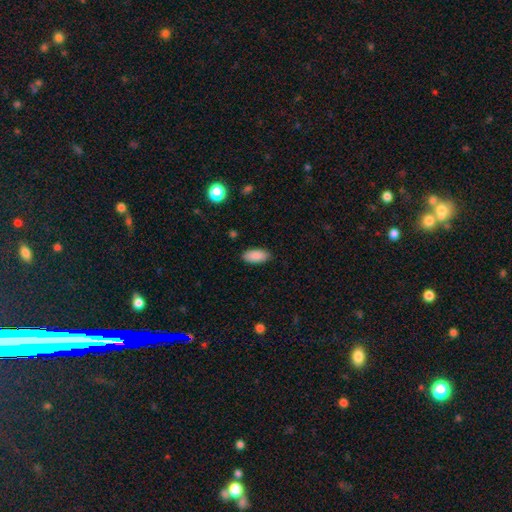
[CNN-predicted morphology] This is clearly a smooth galaxy (90%). How rounded: clearly in between (90%). Merging: clearly none (89%).